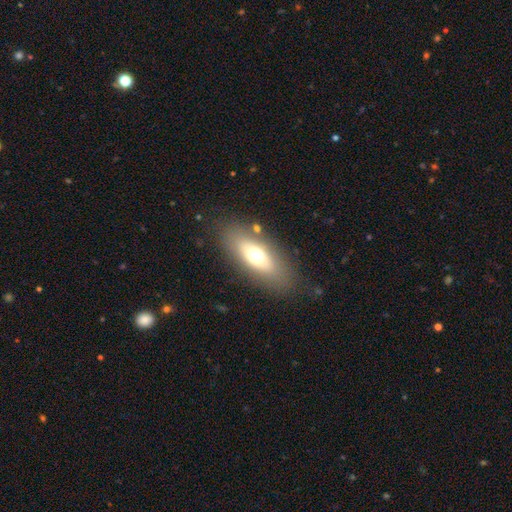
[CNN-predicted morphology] Smooth or featured? smooth (62%)
How rounded? in between (74%)
Merging? none (81%)